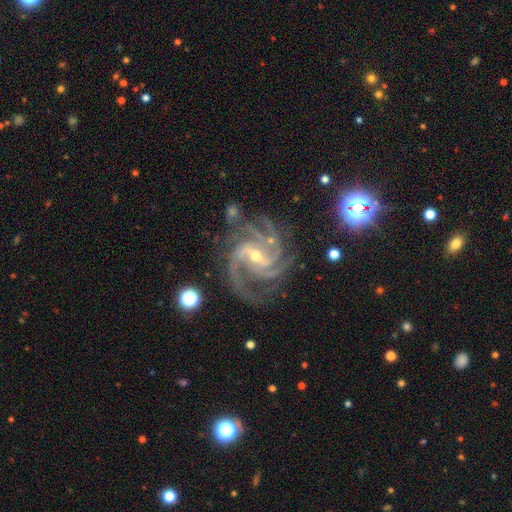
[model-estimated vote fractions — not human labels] smooth-or-featured: featured or disk: 94% | star or artifact: 4% | smooth: 2%
  disk-edge-on: no: 98% | yes: 2%
    bar: weak: 45% | strong: 34% | no: 21%
    has-spiral-arms: yes: 99% | no: 1%
      spiral-winding: tight: 47% (tied) | medium: 47% (tied) | loose: 6%
      spiral-arm-count: 4: 38% | 3: 28% | more than 4: 10% | 2: 9% | can't tell: 8% | 1: 7%
    bulge-size: small: 55% | moderate: 42% | large: 1% | none: 1% | dominant: 1%
  merging: none: 73% | minor disturbance: 16% | major disturbance: 8% | merger: 2%